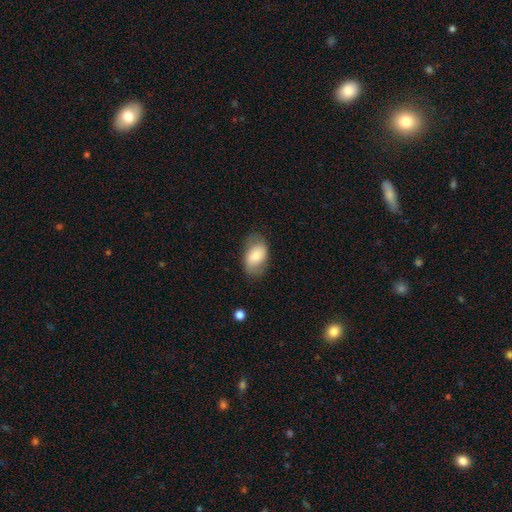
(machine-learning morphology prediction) smooth_or_featured: smooth (p=0.76) [alt: featured or disk p=0.18]
how_rounded: in between (p=0.92) [alt: round p=0.07]
merging: none (p=0.69) [alt: minor disturbance p=0.22]